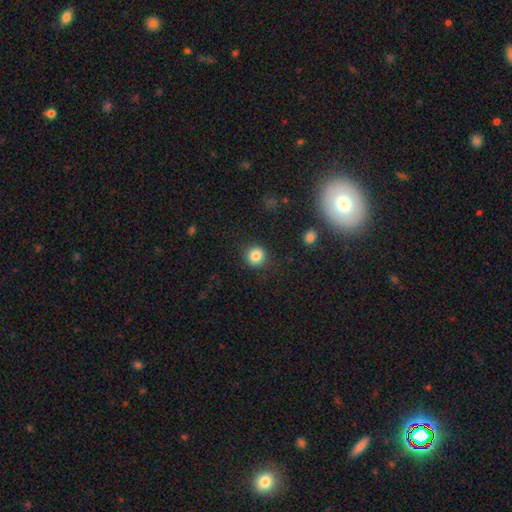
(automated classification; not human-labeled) smooth 84%, star or artifact 10%, featured or disk 5%. Down the decision tree: how rounded — round (89%); merging — none (89%).